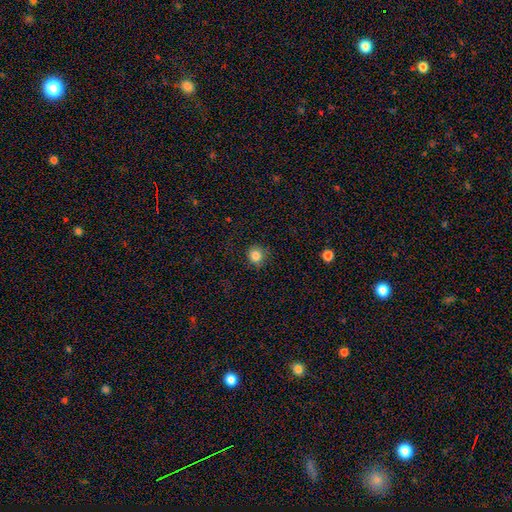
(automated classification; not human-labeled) smooth-or-featured: smooth: 84% | star or artifact: 11% | featured or disk: 5%
  how-rounded: round: 89% | in between: 10% | cigar-shaped: 1%
  merging: none: 82% | minor disturbance: 13% | major disturbance: 4% | merger: 1%